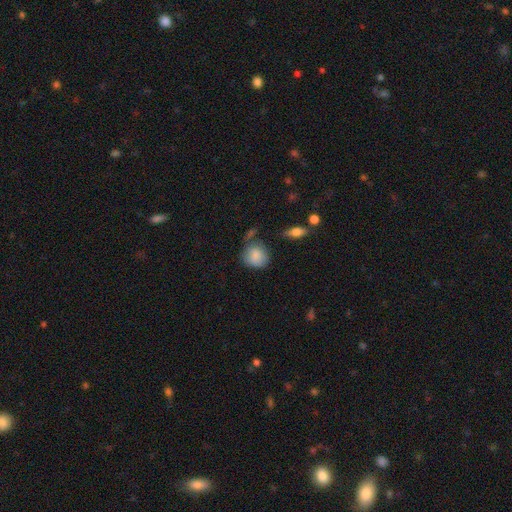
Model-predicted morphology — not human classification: type=smooth (84%); roundness=round (77%); merging=none (57%).